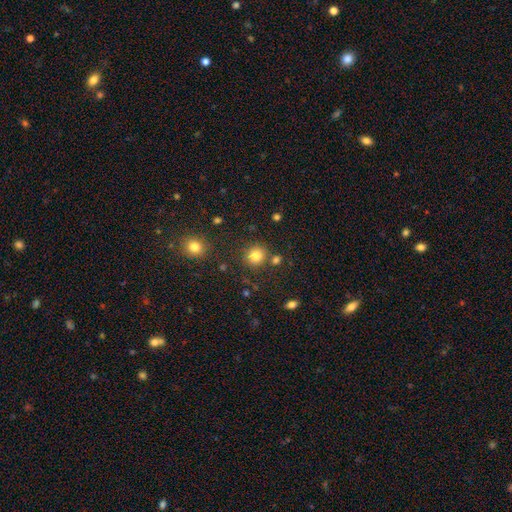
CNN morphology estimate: smooth_or_featured: smooth (p=0.82) [alt: star or artifact p=0.12]
how_rounded: round (p=0.88) [alt: in between p=0.11]
merging: none (p=0.81) [alt: minor disturbance p=0.09]